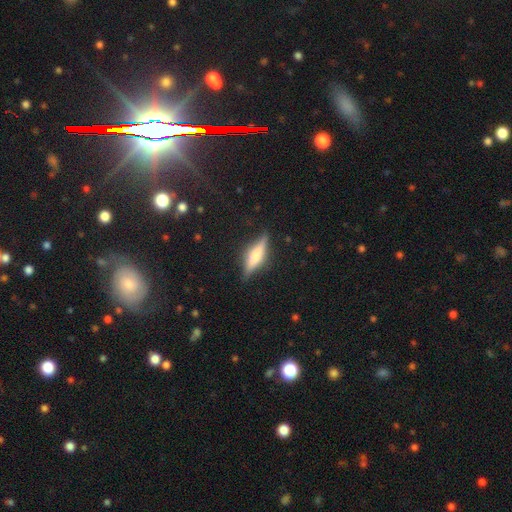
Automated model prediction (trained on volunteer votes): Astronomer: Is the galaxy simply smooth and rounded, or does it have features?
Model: featured or disk — 55% (runner-up: smooth, 37%).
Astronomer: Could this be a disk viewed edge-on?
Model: yes — 94%.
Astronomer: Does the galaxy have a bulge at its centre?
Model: rounded — 55% (runner-up: boxy, 32%).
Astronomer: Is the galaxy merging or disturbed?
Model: none — 83%.